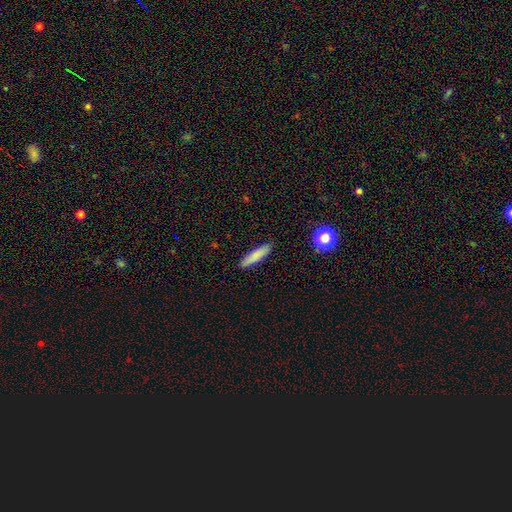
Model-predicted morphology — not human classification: smooth-or-featured: smooth: 82% | featured or disk: 11% | star or artifact: 7%
  how-rounded: cigar-shaped: 84% | in between: 14% | round: 1%
  merging: none: 89% | minor disturbance: 8% | major disturbance: 2% | merger: 1%